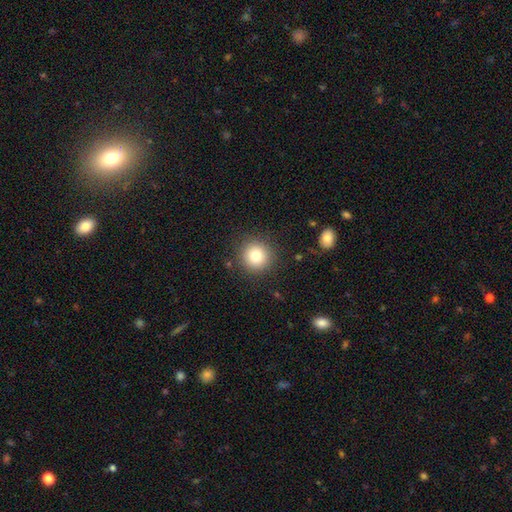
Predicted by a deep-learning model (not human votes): Morphology: type=smooth (81%); roundness=round (94%); merging=none (89%).